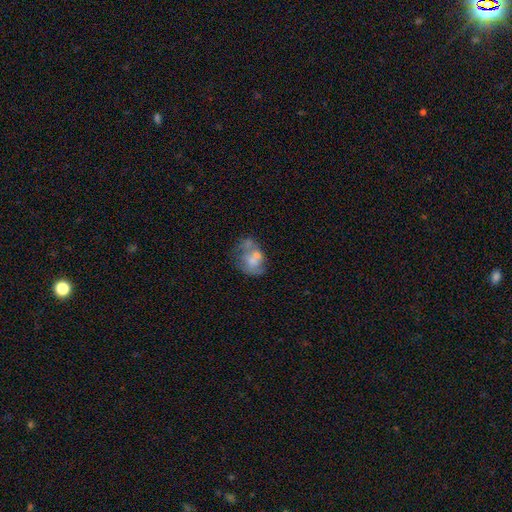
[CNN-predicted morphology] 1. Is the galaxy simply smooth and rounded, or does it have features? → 49% featured or disk, 39% smooth, 12% star or artifact.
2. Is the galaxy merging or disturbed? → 31% merger, 30% none, 20% major disturbance, 18% minor disturbance.